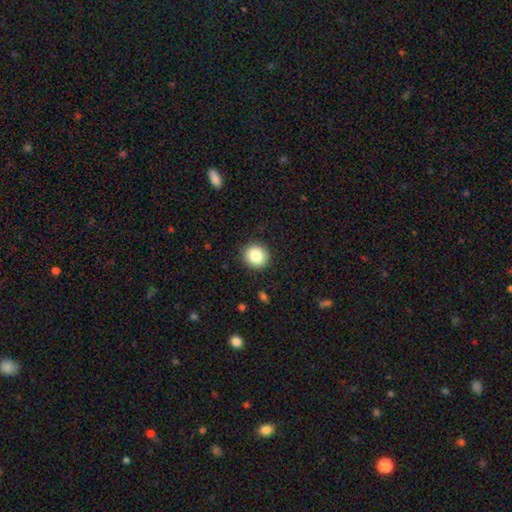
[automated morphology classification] A smooth galaxy with no disk features (85%) that is round (89%).

Vote fractions:
- Smooth or featured? smooth: 85% / star or artifact: 9% / featured or disk: 6%
- How rounded? round: 89% / in between: 10% / cigar-shaped: 1%
- Merging? none: 91% / minor disturbance: 6% / major disturbance: 2% / merger: 1%